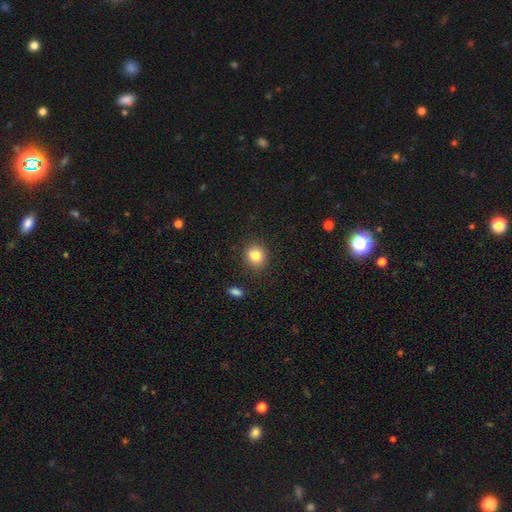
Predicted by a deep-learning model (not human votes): Smooth or featured?
  - smooth: 82% *
  - star or artifact: 10%
  - featured or disk: 7%
How rounded?
  - round: 81% *
  - in between: 18%
  - cigar-shaped: 1%
Merging?
  - none: 87% *
  - minor disturbance: 9%
  - major disturbance: 2%
  - merger: 2%